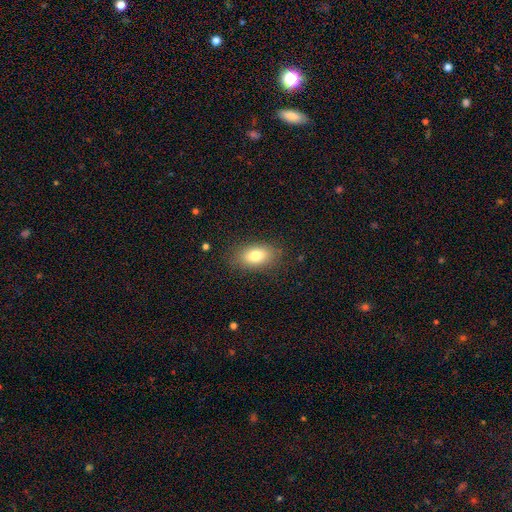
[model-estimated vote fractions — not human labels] This appears to be a smooth galaxy with no disk features (79%) that is in between round and cigar-shaped (88%). Merging: none (84%).